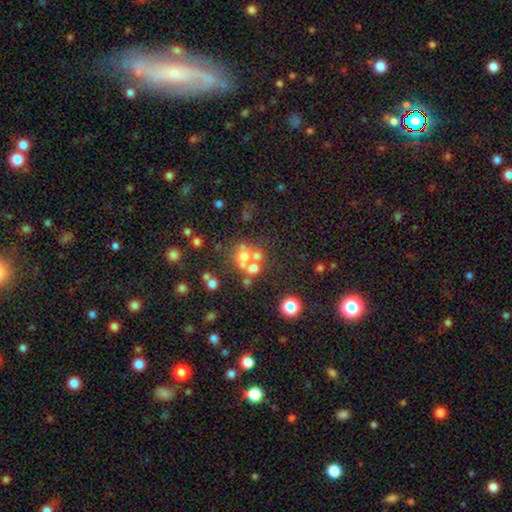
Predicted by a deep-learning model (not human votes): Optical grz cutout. It shows a star or artifact, not a galaxy (50%).